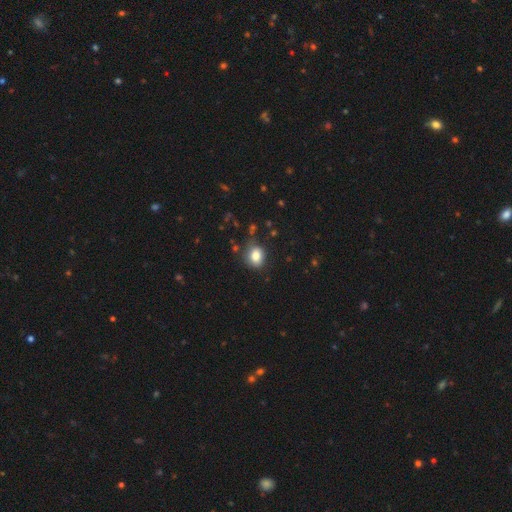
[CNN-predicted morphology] Smooth or featured: smooth — 83% (star or artifact — 10%)
How rounded: round — 54% (in between — 45%)
Merging: none — 74% (minor disturbance — 17%)